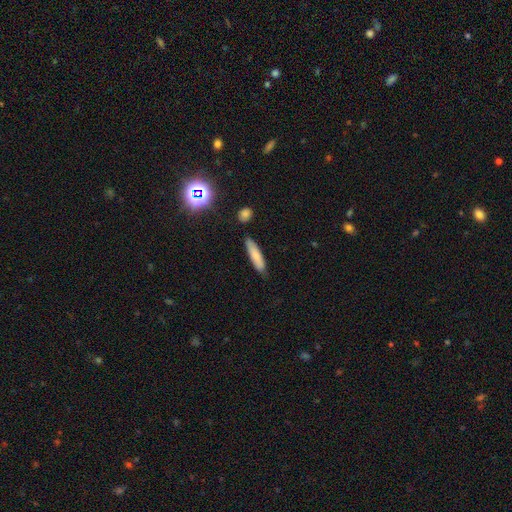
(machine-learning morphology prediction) This is likely a smooth galaxy (78%). How rounded: likely cigar-shaped (77%). Merging: likely none (80%).